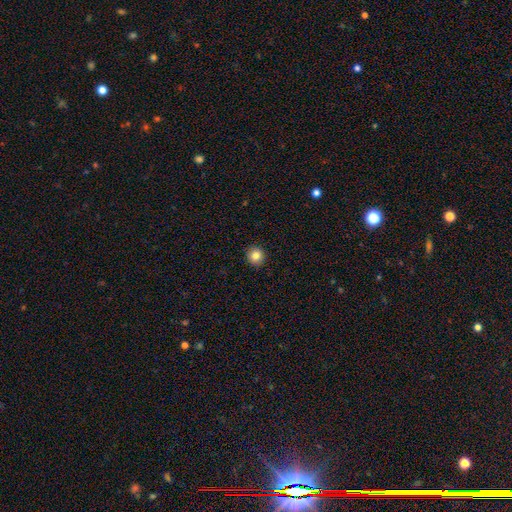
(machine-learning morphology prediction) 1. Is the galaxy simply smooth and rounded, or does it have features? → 83% smooth, 11% star or artifact, 7% featured or disk.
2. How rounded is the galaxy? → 92% round, 7% in between, 1% cigar-shaped.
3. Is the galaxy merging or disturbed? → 93% none, 5% minor disturbance, 1% major disturbance, 1% merger.